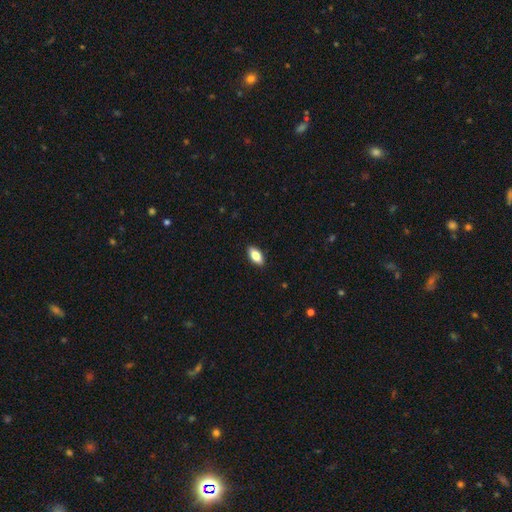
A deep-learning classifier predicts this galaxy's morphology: Smooth or featured?
  - smooth: 81% *
  - featured or disk: 12%
  - star or artifact: 7%
How rounded?
  - in between: 89% *
  - cigar-shaped: 8%
  - round: 3%
Merging?
  - none: 90% *
  - minor disturbance: 8%
  - major disturbance: 2%
  - merger: 1%